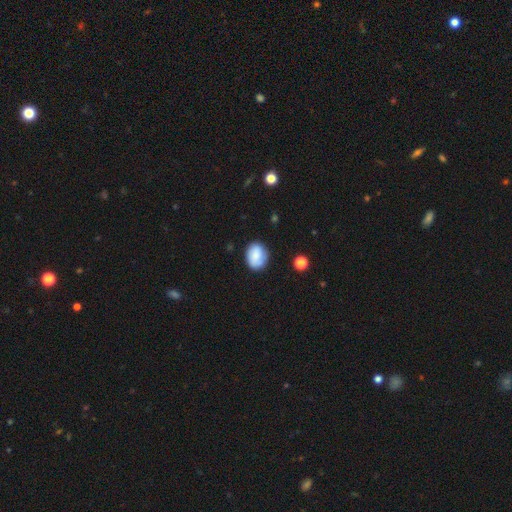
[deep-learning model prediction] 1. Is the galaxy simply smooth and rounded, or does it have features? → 81% smooth, 11% featured or disk, 8% star or artifact.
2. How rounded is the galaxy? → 56% in between, 43% round, 1% cigar-shaped.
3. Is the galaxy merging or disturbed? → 77% none, 17% minor disturbance, 4% major disturbance, 2% merger.